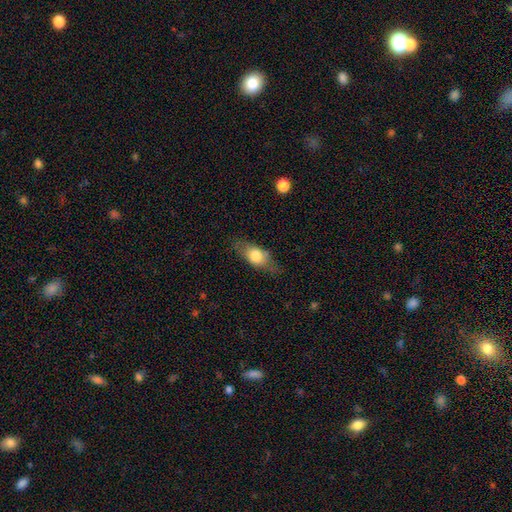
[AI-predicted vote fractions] smooth 68%, featured or disk 25%, star or artifact 7%. Down the decision tree: how rounded — in between (76%); merging — none (70%).